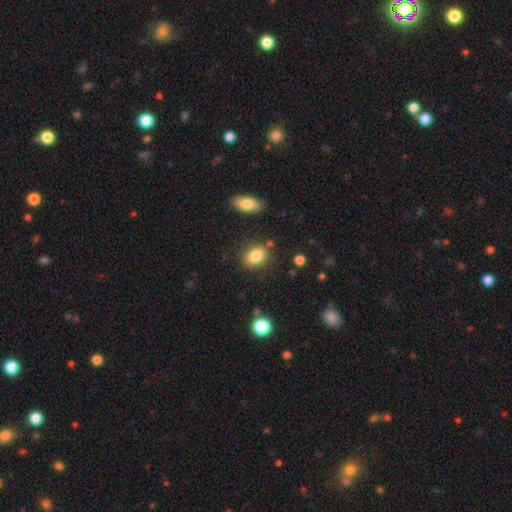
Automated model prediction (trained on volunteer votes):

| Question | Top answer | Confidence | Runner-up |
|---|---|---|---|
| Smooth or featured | smooth | 85% | star or artifact (8%) |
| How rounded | in between | 72% | round (26%) |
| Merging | none | 79% | minor disturbance (12%) |